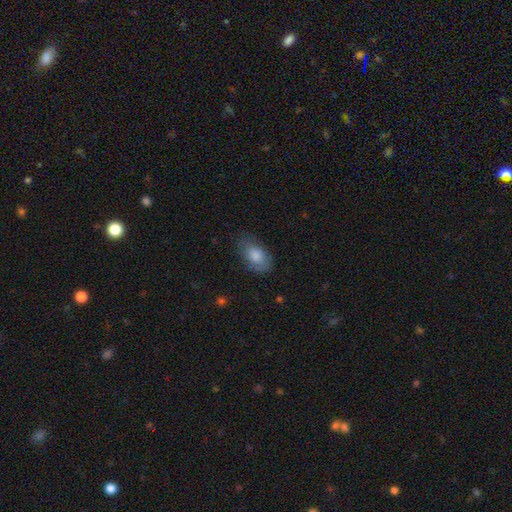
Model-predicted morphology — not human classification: Smooth or featured? smooth (79%)
How rounded? in between (91%)
Merging? none (69%)